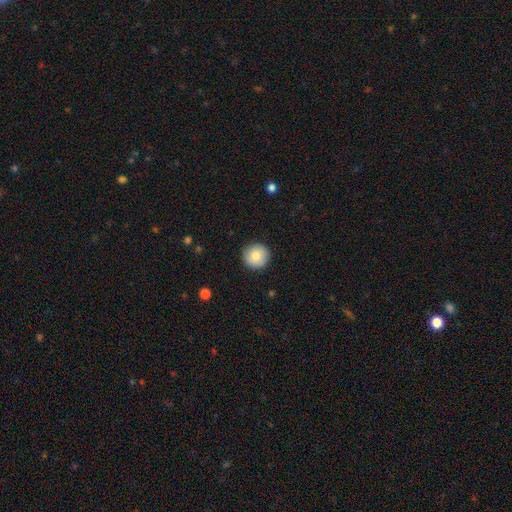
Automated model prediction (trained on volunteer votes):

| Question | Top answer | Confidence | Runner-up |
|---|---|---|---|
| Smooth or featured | smooth | 78% | featured or disk (14%) |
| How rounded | round | 95% | in between (4%) |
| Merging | none | 88% | minor disturbance (9%) |